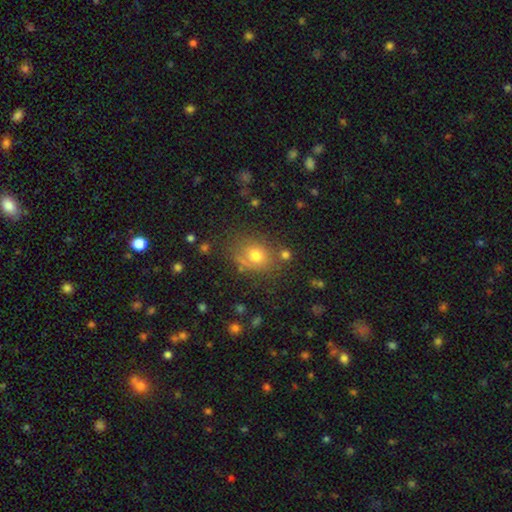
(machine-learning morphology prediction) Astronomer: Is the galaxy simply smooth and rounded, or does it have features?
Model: smooth — 68%.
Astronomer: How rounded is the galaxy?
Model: round — 59% (runner-up: in between, 40%).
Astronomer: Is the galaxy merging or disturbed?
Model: none — 71%.